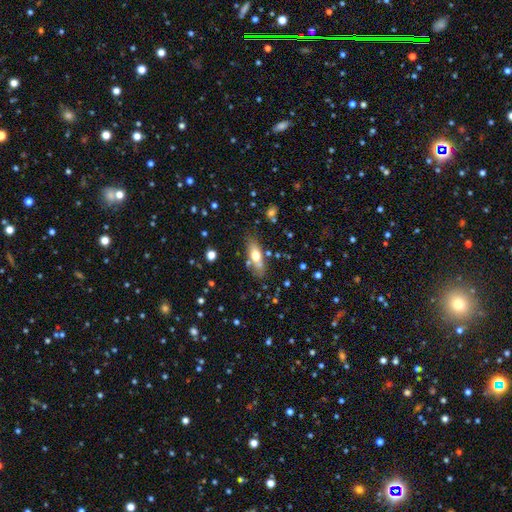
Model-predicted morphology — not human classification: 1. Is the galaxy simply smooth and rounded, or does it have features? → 62% smooth, 30% featured or disk, 8% star or artifact.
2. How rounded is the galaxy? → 70% in between, 27% cigar-shaped, 3% round.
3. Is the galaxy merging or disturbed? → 71% none, 17% minor disturbance, 7% merger, 5% major disturbance.